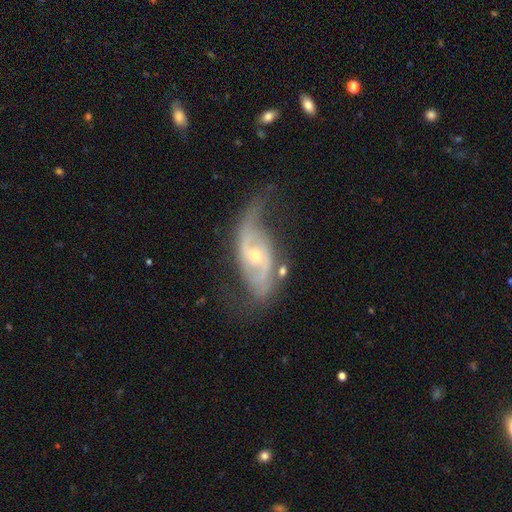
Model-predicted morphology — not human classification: Smooth or featured? Predicted: featured or disk (p=0.85). Edge-on disk? Predicted: no (p=0.94). Bar? Predicted: no (p=0.52). Spiral arms? Predicted: yes (p=0.92). Spiral winding? Predicted: loose (p=0.47). Spiral arm count? Predicted: 2 (p=0.85). Bulge size? Predicted: small (p=0.53). Merging? Predicted: none (p=0.57).